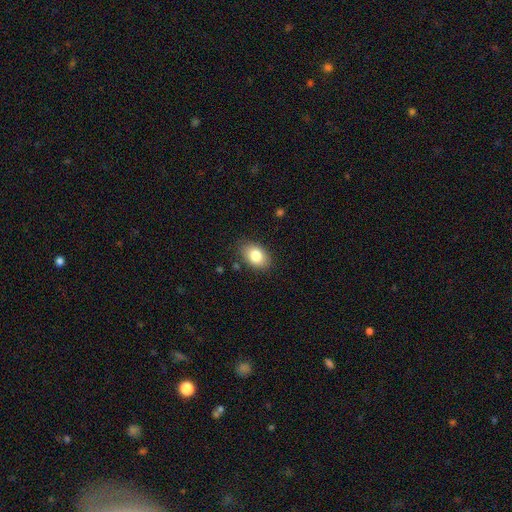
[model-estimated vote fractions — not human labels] Smooth or featured: smooth — 82% (featured or disk — 10%)
How rounded: in between — 83% (round — 16%)
Merging: none — 83% (minor disturbance — 12%)